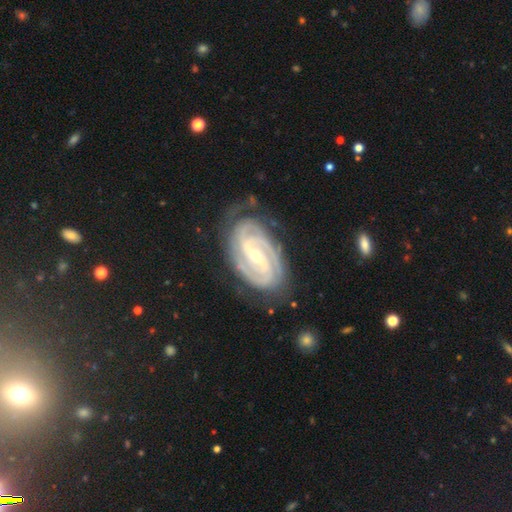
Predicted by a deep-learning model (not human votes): Morphology: type=featured or disk (93%); edge-on=no (97%); bar=strong (43%); spiral arms=yes (98%); winding=tight (73%); arm count=2 (41%); bulge=small (57%); merging=none (74%).